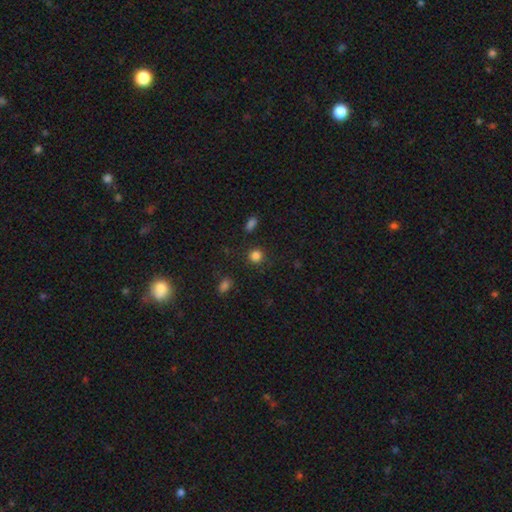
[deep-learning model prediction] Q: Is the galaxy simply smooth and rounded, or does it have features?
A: smooth — 83%.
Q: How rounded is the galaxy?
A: round — 90%.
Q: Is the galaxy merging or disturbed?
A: none — 87%.